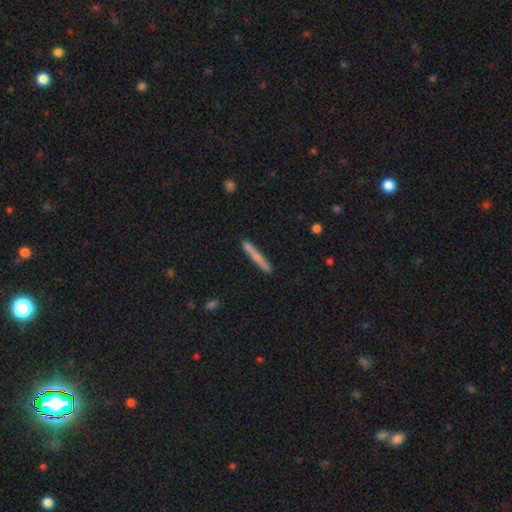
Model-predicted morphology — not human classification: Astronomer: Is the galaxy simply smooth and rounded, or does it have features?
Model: smooth — 70%.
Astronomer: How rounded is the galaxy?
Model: cigar-shaped — 96%.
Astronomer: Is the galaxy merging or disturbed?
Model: none — 88%.